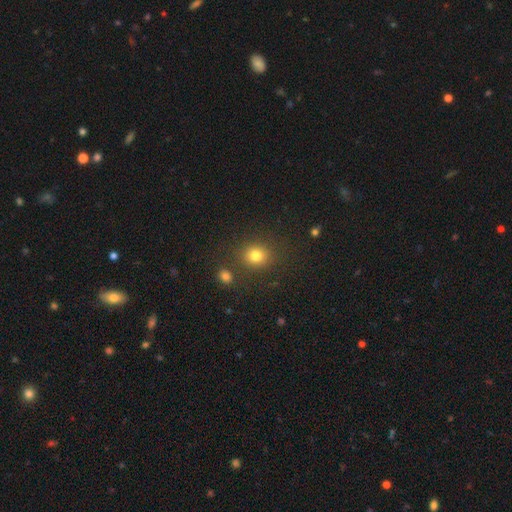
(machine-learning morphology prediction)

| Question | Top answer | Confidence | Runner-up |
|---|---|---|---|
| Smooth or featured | smooth | 79% | star or artifact (14%) |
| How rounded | round | 75% | in between (24%) |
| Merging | none | 80% | minor disturbance (9%) |